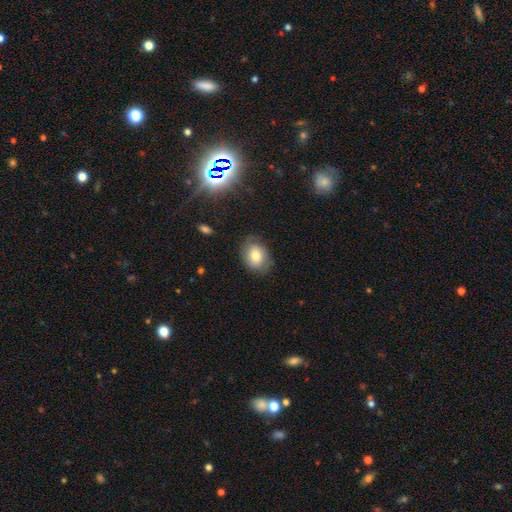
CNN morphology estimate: This appears to be a smooth galaxy with no disk features (68%) that is in between round and cigar-shaped (63%). Merging: none (74%).